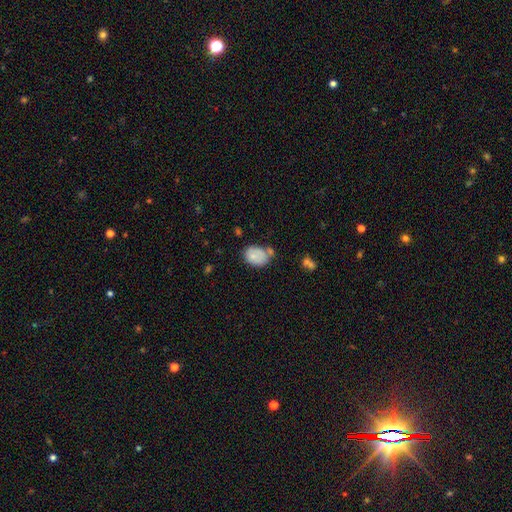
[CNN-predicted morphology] Overall: smooth (76%). How rounded: in between (74%). Merging: none (52%; minor disturbance 27%).